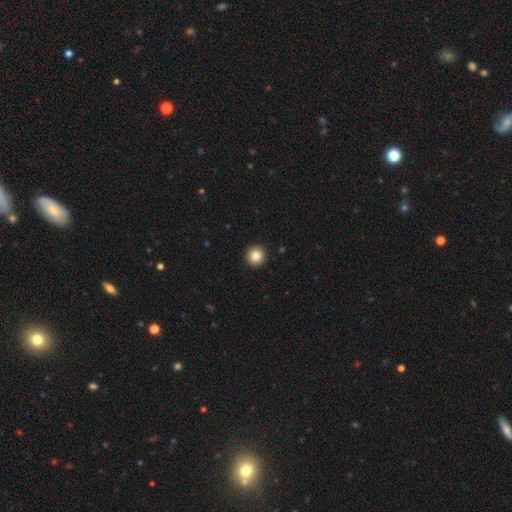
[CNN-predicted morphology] This is clearly a smooth galaxy (86%). How rounded: clearly round (95%). Merging: clearly none (93%).